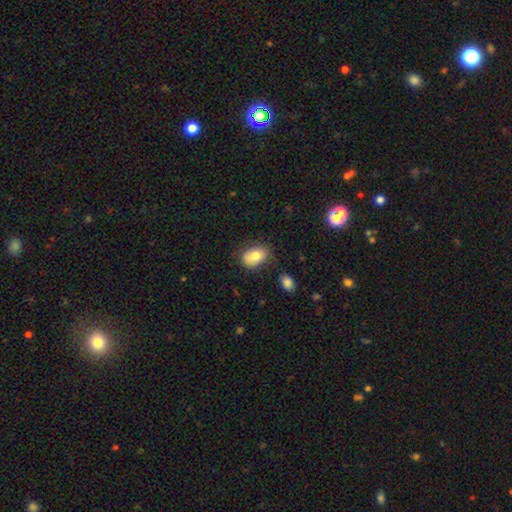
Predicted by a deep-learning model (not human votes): A smooth galaxy with no disk features (79%) that is in between round and cigar-shaped (84%).

Vote fractions:
- Smooth or featured? smooth: 79% / featured or disk: 13% / star or artifact: 8%
- How rounded? in between: 84% / round: 15% / cigar-shaped: 1%
- Merging? none: 71% / minor disturbance: 21% / major disturbance: 5% / merger: 4%